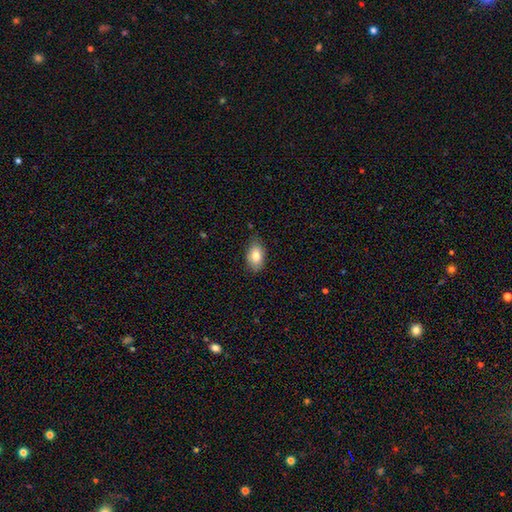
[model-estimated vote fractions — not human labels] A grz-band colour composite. It shows a smooth galaxy with no disk features (82%) that is in between round and cigar-shaped (91%). Merging: none (77%).